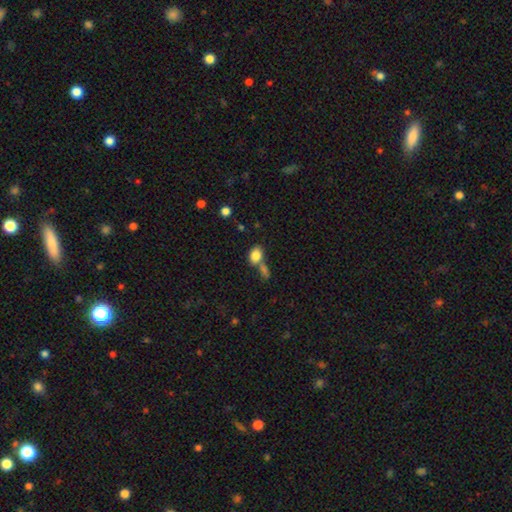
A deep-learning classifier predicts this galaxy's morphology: This appears to be a smooth galaxy with no disk features (83%) that is in between round and cigar-shaped (77%). Merging: none (43%).